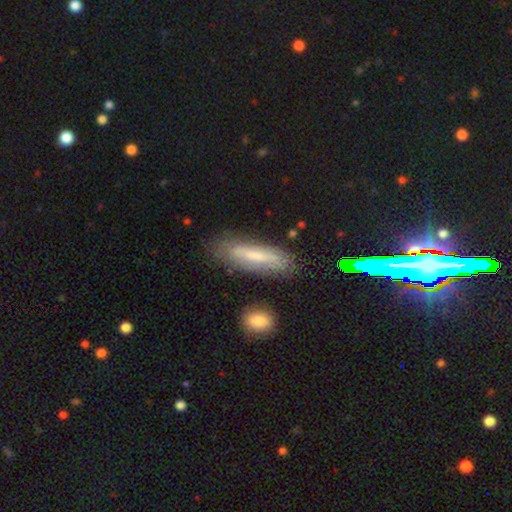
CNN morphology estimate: smooth 58%, featured or disk 33%, star or artifact 10%. Down the decision tree: how rounded — cigar-shaped (67%); merging — none (75%).